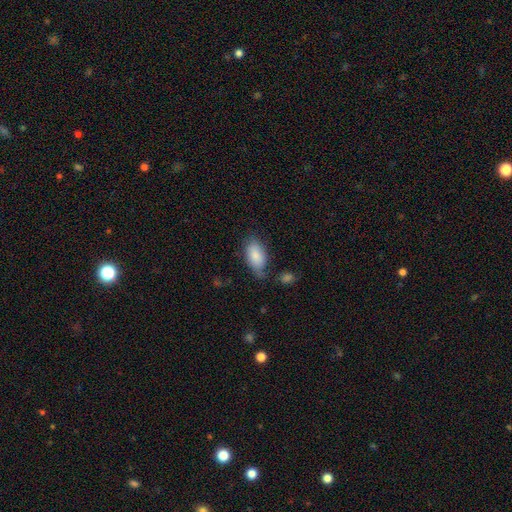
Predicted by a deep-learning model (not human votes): This is clearly a smooth galaxy (84%). How rounded: clearly in between (93%). Merging: possibly none (57%).